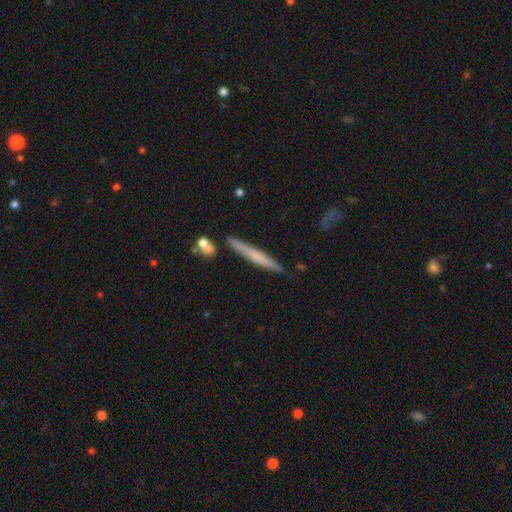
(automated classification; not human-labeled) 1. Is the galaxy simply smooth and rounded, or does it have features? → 57% smooth, 37% featured or disk, 6% star or artifact.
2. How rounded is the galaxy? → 95% cigar-shaped, 3% in between, 1% round.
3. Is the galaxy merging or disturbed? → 84% none, 11% minor disturbance, 4% merger, 2% major disturbance.